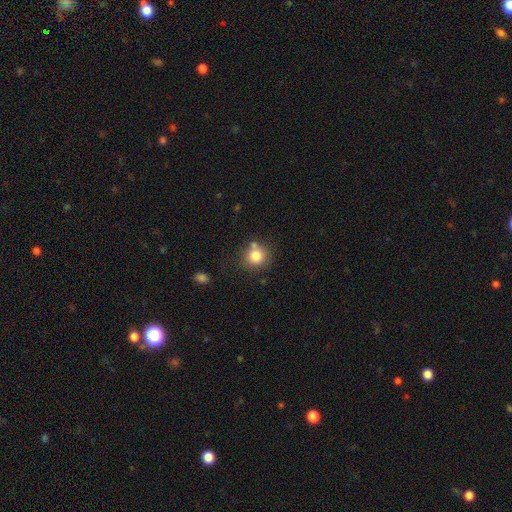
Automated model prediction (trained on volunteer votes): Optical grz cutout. It shows a smooth galaxy with no disk features (80%) that is round (87%). Merging: none (69%).